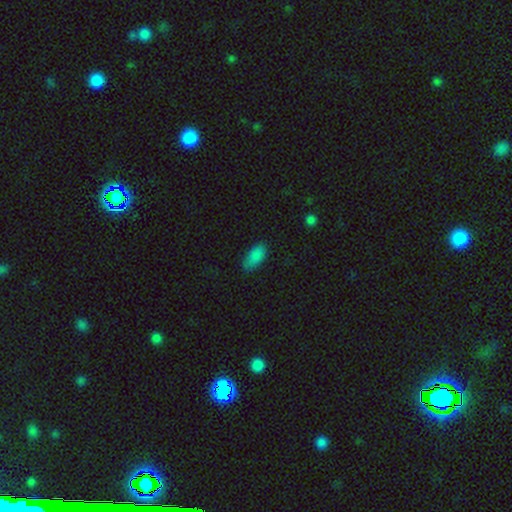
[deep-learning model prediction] Q: Smooth or featured?
A: smooth (87%); runner-up: star or artifact (8%)
Q: How rounded?
A: in between (89%); runner-up: cigar-shaped (8%)
Q: Merging?
A: none (77%); runner-up: minor disturbance (18%)